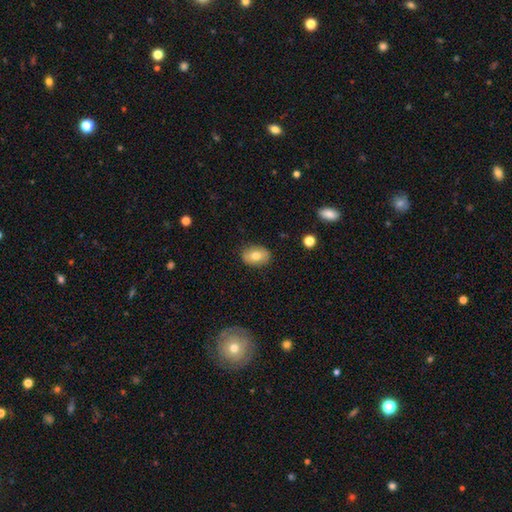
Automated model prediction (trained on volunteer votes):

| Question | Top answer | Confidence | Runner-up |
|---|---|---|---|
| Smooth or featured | smooth | 73% | featured or disk (19%) |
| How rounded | in between | 79% | round (20%) |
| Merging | none | 85% | minor disturbance (11%) |